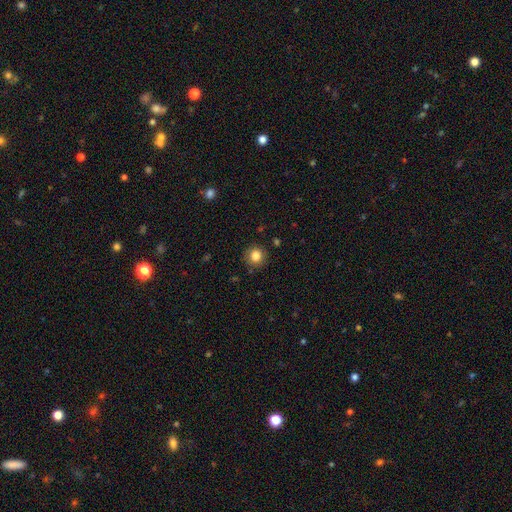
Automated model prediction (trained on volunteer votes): Q: Smooth or featured?
A: smooth (84%); runner-up: star or artifact (11%)
Q: How rounded?
A: round (93%); runner-up: in between (6%)
Q: Merging?
A: none (89%); runner-up: minor disturbance (7%)